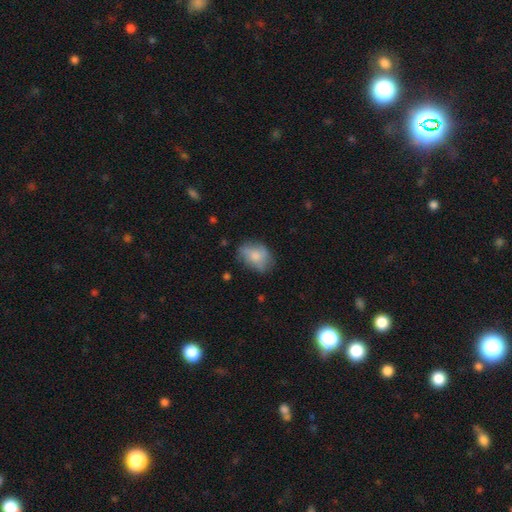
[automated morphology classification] This is likely a smooth galaxy (70%). How rounded: likely in between (72%). Merging: possibly none (57%).